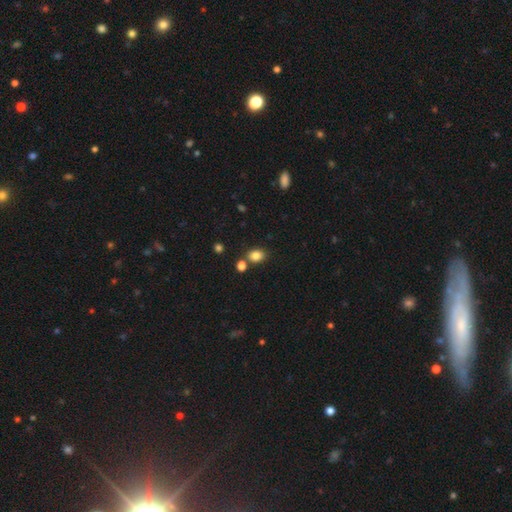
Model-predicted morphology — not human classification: A smooth galaxy with no disk features (83%) that is in between round and cigar-shaped (59%). Merging: none (70%).